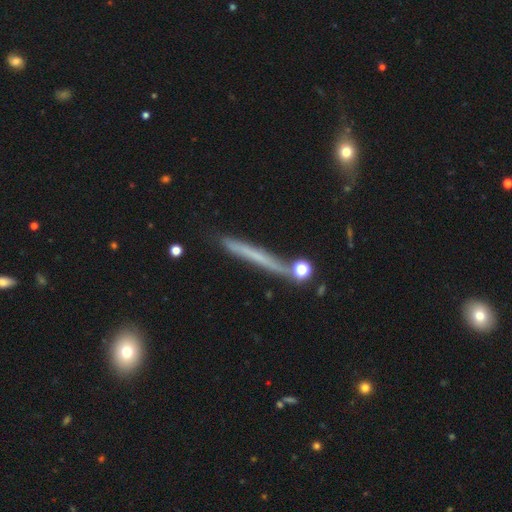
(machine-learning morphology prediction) Q: Smooth or featured?
A: featured or disk (47%); runner-up: smooth (44%)
Q: Merging?
A: none (81%); runner-up: minor disturbance (12%)